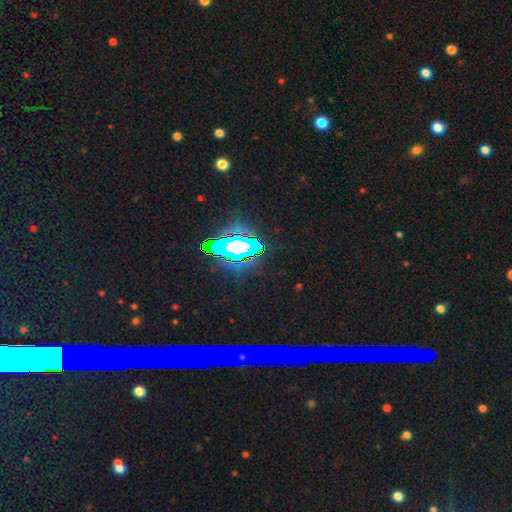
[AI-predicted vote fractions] This is likely a star or artifact rather than a galaxy (78%).